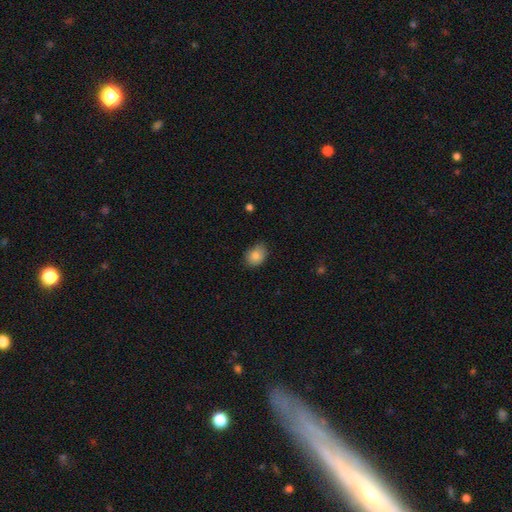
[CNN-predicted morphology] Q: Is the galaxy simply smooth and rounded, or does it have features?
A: smooth — 82%.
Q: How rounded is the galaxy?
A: in between — 55%.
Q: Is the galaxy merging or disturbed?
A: none — 77%.